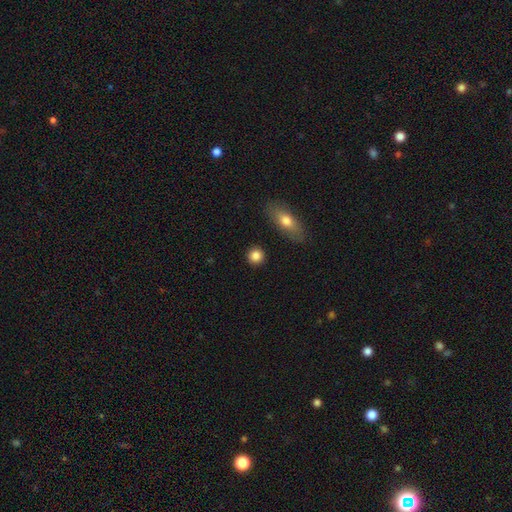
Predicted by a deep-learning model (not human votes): Smooth or featured? Predicted: smooth (p=0.85). How rounded? Predicted: round (p=0.90). Merging? Predicted: none (p=0.90).